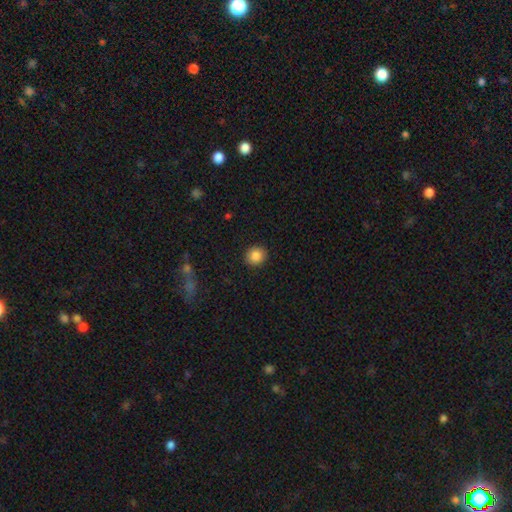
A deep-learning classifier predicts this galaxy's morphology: Smooth or featured? Predicted: smooth (p=0.86). How rounded? Predicted: round (p=0.83). Merging? Predicted: none (p=0.91).